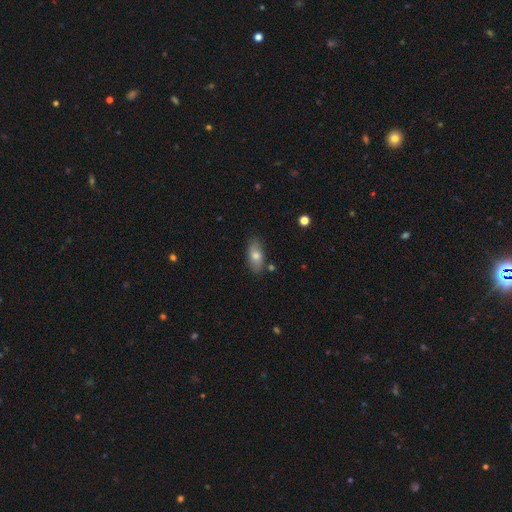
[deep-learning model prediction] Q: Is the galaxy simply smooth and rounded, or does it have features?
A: smooth — 73%.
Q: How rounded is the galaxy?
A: in between — 87%.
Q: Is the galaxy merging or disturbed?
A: none — 81%.